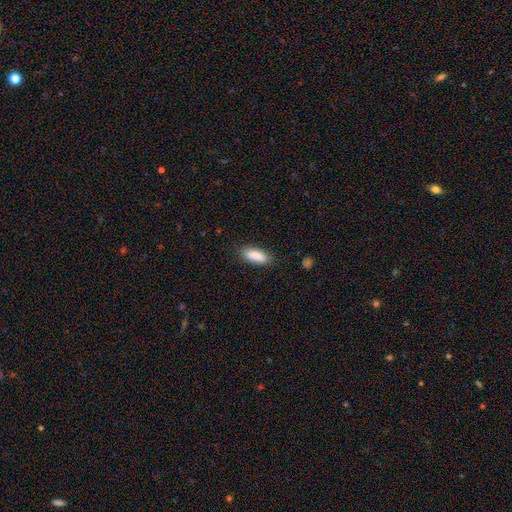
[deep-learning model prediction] The model was most divided on "how rounded": in between: 74%, cigar-shaped: 24%, round: 2%. More confident: smooth or featured — smooth (89%); merging — none (82%).